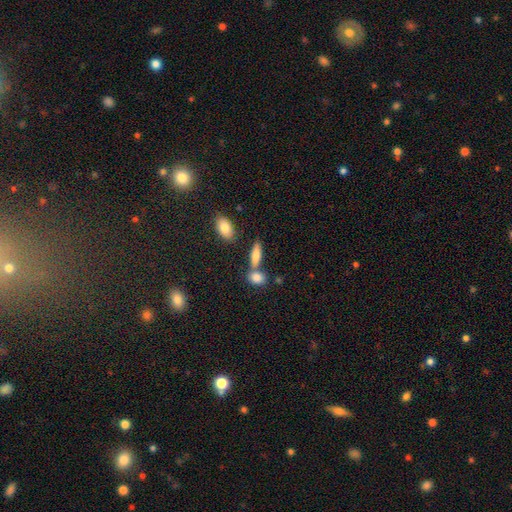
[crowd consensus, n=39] Smooth or featured?
  - smooth: 87% *
  - featured or disk: 10%
  - star or artifact: 3%
How rounded?
  - cigar-shaped: 53% *
  - in between: 44%
  - round: 3%
Merging?
  - none: 66% *
  - merger: 18%
  - minor disturbance: 11%
  - major disturbance: 5%